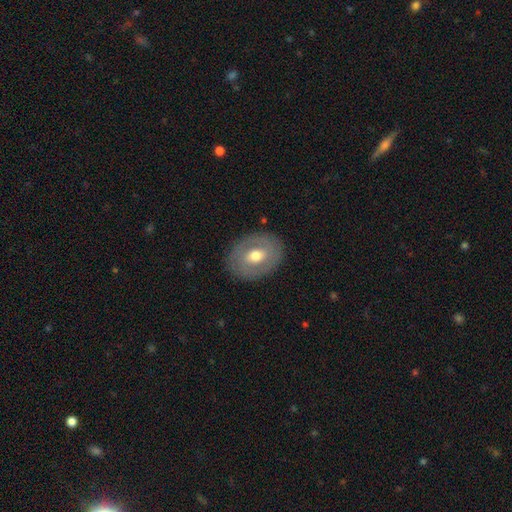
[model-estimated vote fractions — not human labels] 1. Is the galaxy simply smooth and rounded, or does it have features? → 47% featured or disk (tied), 47% smooth (tied), 6% star or artifact.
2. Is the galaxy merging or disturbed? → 84% none, 11% minor disturbance, 4% major disturbance, 1% merger.